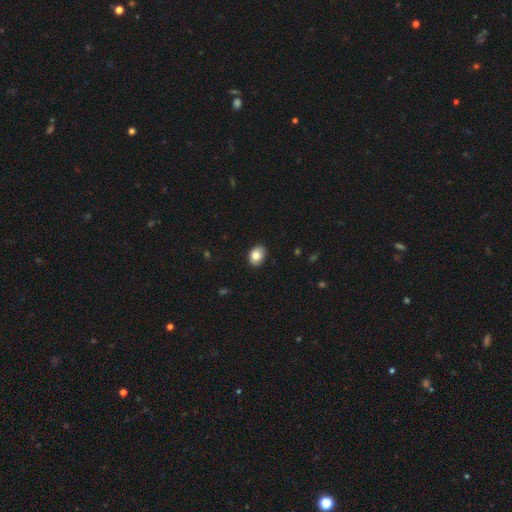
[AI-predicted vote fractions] A smooth galaxy with no disk features (83%) that is in between round and cigar-shaped (70%). Merging: none (87%).